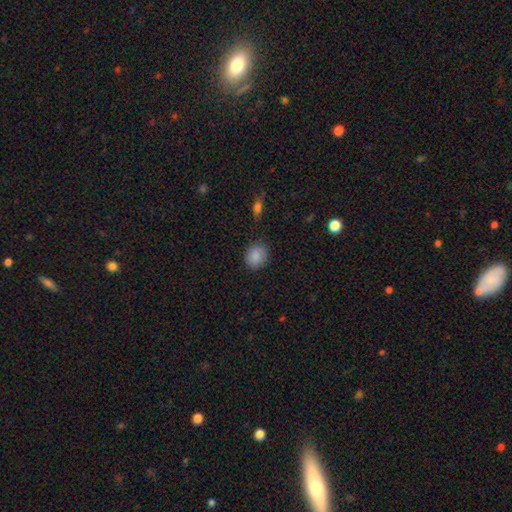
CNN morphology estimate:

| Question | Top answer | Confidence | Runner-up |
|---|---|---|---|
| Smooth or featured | smooth | 87% | star or artifact (8%) |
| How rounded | round | 62% | in between (37%) |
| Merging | none | 84% | minor disturbance (12%) |